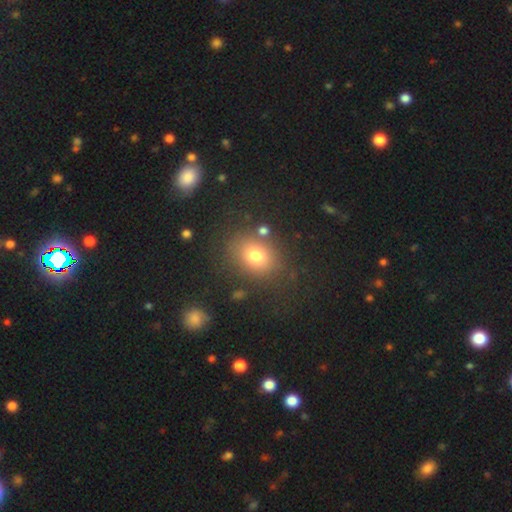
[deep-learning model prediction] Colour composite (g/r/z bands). It shows a smooth galaxy with no disk features (75%) that is round (53%). Merging: none (77%).